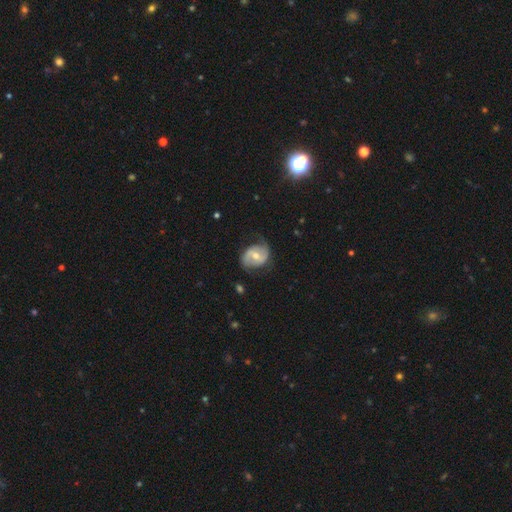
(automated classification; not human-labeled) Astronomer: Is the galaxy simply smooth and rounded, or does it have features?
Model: featured or disk — 70%.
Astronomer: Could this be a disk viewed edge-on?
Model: no — 97%.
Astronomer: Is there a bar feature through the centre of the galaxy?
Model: weak — 45% (runner-up: no, 35%).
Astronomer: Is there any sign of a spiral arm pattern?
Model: yes — 85%.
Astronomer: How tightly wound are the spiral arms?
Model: medium — 42% (runner-up: loose, 36%).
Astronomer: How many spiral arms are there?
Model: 2 — 84%.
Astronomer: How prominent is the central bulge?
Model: moderate — 64%.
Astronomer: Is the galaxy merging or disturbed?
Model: none — 66%.